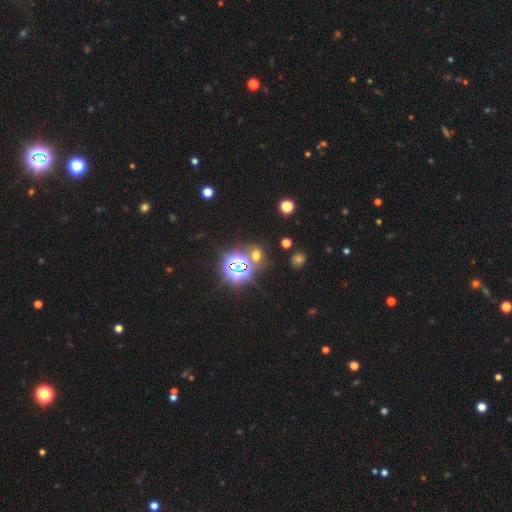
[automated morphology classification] Smooth or featured? star or artifact (61%)